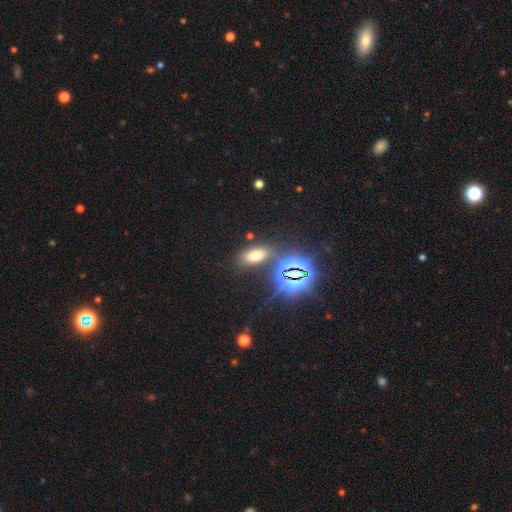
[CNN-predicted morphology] Q: Smooth or featured?
A: smooth (56%); runner-up: star or artifact (35%)
Q: How rounded?
A: in between (85%); runner-up: round (8%)
Q: Merging?
A: none (74%); runner-up: minor disturbance (12%)